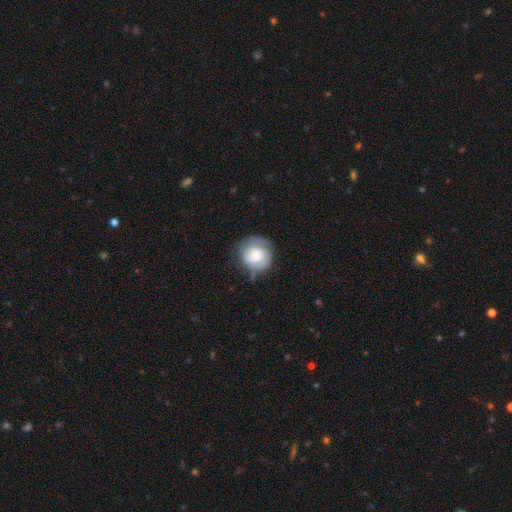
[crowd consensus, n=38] Overall: smooth (55%; featured or disk 39%). How rounded: round (90%). Merging: none (44%; minor disturbance 31%).